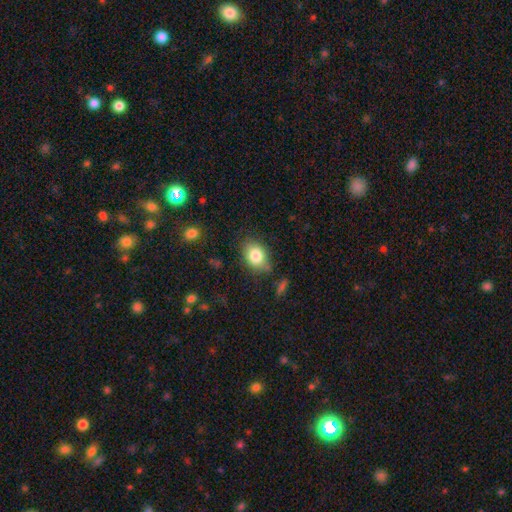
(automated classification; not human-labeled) smooth_or_featured: smooth (p=0.82) [alt: featured or disk p=0.10]
how_rounded: in between (p=0.72) [alt: round p=0.27]
merging: none (p=0.74) [alt: minor disturbance p=0.18]